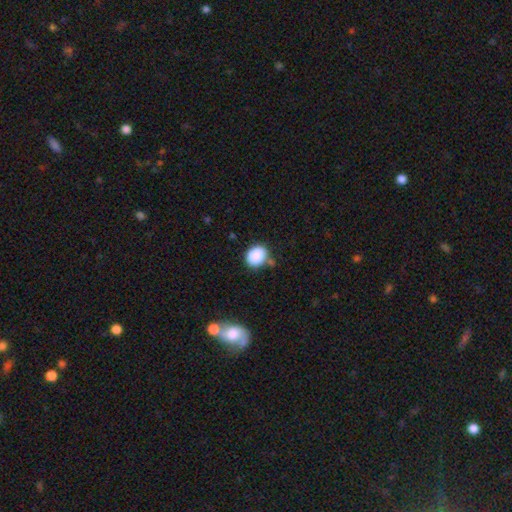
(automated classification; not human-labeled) Smooth or featured? Predicted: smooth (p=0.87). How rounded? Predicted: round (p=0.60). Merging? Predicted: none (p=0.72).